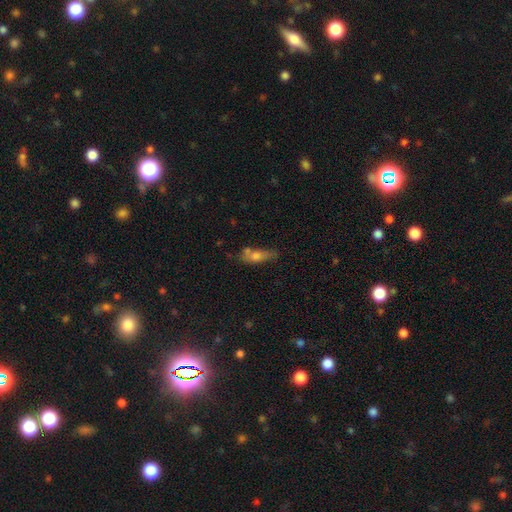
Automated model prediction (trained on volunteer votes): A smooth galaxy with no disk features (56%) that is cigar-shaped (51%). Merging: none (56%).